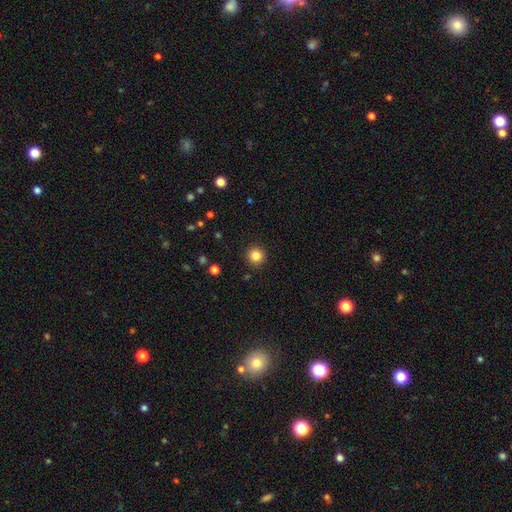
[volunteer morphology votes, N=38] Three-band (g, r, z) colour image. It shows a smooth galaxy with no disk features (82%) that is round (90%). Merging: none (97%).